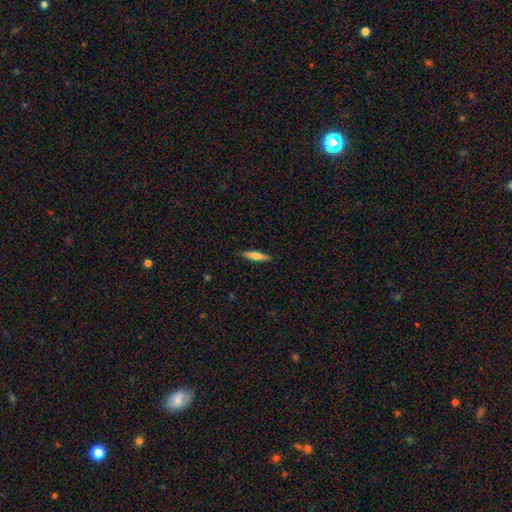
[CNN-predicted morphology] Smooth or featured?
  - smooth: 63% *
  - featured or disk: 30%
  - star or artifact: 6%
How rounded?
  - cigar-shaped: 82% *
  - in between: 17%
  - round: 2%
Merging?
  - none: 88% *
  - minor disturbance: 9%
  - major disturbance: 2%
  - merger: 1%